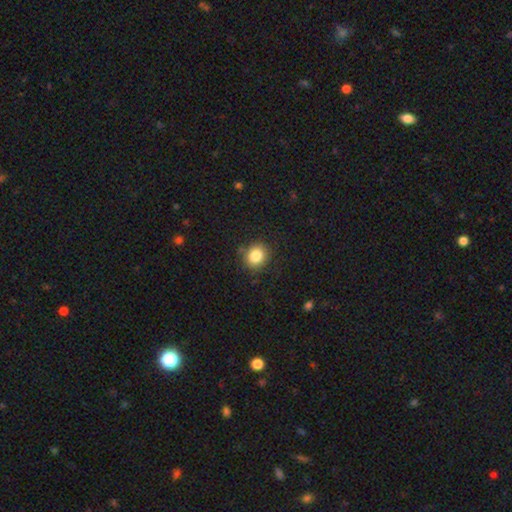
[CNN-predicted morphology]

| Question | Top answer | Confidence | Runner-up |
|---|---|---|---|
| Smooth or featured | smooth | 85% | star or artifact (10%) |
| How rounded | round | 75% | in between (24%) |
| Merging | none | 85% | minor disturbance (10%) |